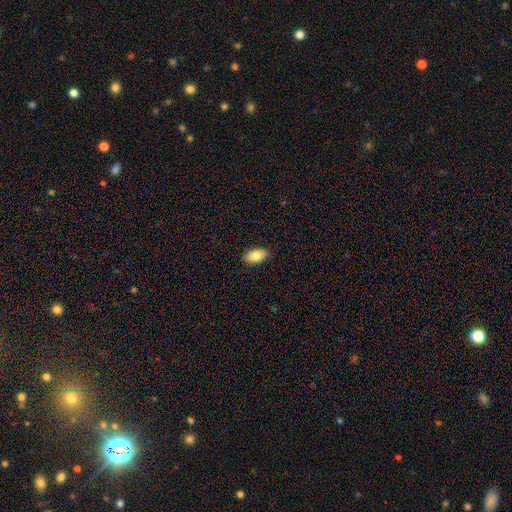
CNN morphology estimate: Smooth or featured? Predicted: smooth (p=0.83). How rounded? Predicted: in between (p=0.93). Merging? Predicted: none (p=0.86).